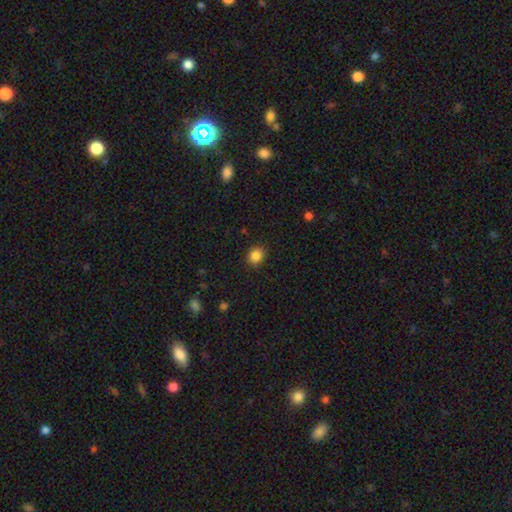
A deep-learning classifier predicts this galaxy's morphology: Smooth or featured?
  - smooth: 86% *
  - star or artifact: 10%
  - featured or disk: 4%
How rounded?
  - round: 74% *
  - in between: 26%
  - cigar-shaped: 1%
Merging?
  - none: 88% *
  - minor disturbance: 9%
  - major disturbance: 2%
  - merger: 1%